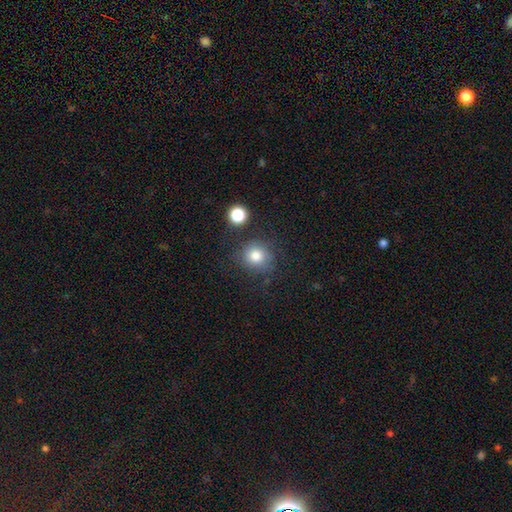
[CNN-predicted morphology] The model was most divided on "merging": none: 75%, minor disturbance: 13%, major disturbance: 6%, merger: 5%. More confident: how rounded — round (88%); smooth or featured — smooth (80%).